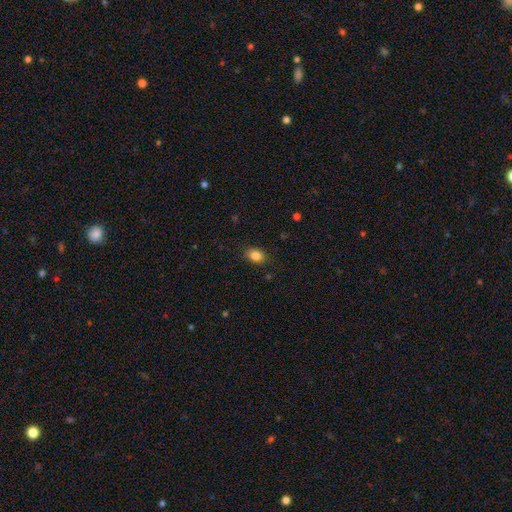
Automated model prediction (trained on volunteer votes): Overall: smooth (85%). How rounded: in between (62%; round 37%). Merging: none (86%).